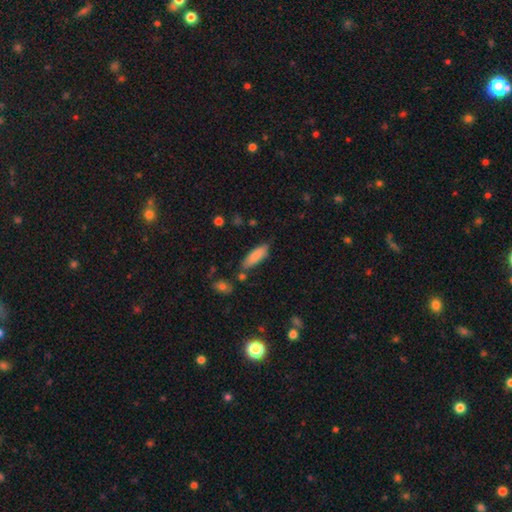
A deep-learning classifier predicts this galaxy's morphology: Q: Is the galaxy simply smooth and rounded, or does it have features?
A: smooth — 84%.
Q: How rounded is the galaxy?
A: in between — 57%.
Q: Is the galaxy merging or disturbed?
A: none — 74%.